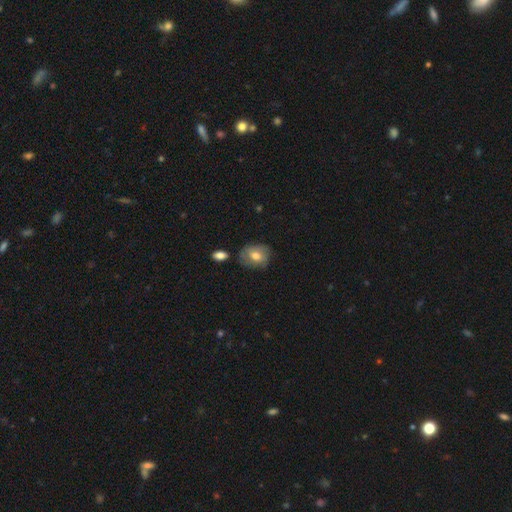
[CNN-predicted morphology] smooth 67%, featured or disk 25%, star or artifact 8%. Down the decision tree: how rounded — in between (53%); merging — none (66%).